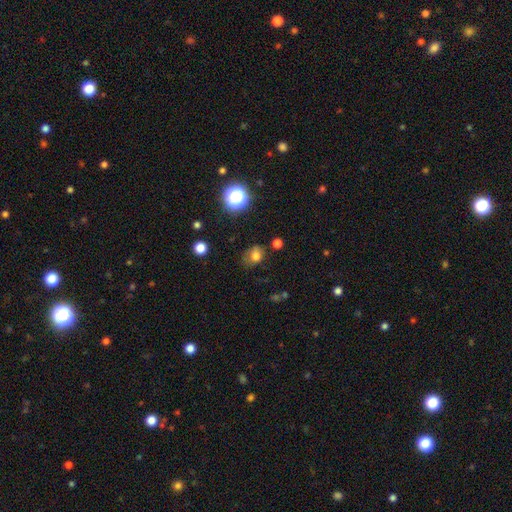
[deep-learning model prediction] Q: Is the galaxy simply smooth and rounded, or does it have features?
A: smooth — 74%.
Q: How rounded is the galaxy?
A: in between — 55%.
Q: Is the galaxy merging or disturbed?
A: none — 55%.